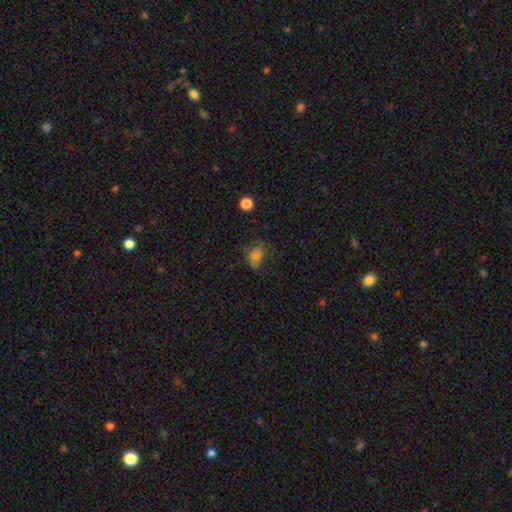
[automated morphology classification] A smooth galaxy with no disk features (73%) that is in between round and cigar-shaped (71%). Merging: none (48%).